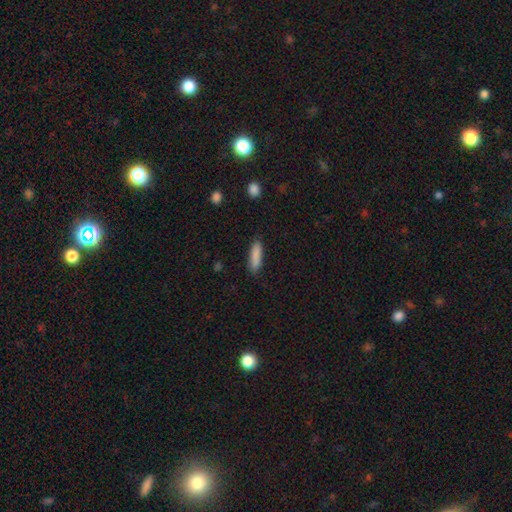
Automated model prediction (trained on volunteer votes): Smooth or featured? Predicted: smooth (p=0.87). How rounded? Predicted: cigar-shaped (p=0.66). Merging? Predicted: none (p=0.85).